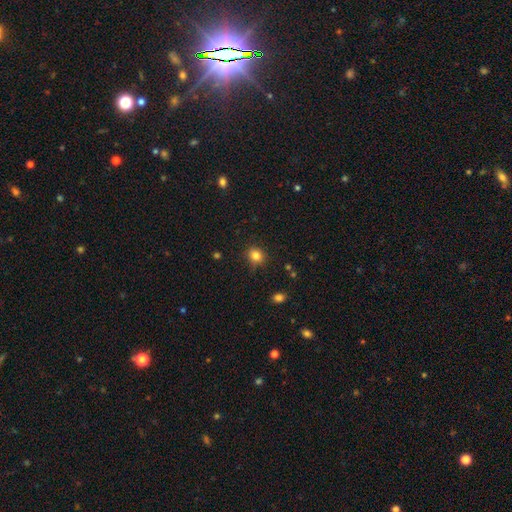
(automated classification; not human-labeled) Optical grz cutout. It shows a smooth galaxy with no disk features (82%) that is round (79%). Merging: none (83%).